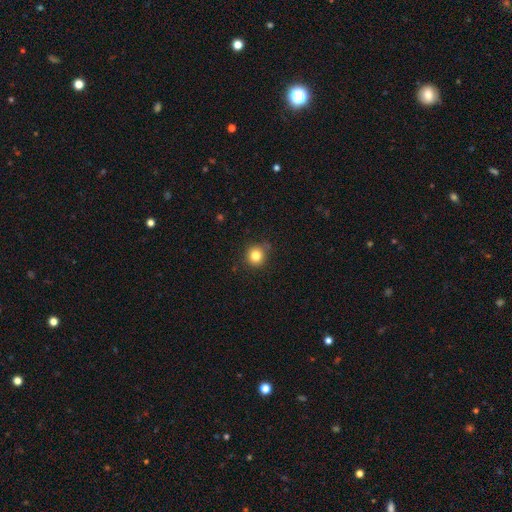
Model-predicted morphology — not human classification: Smooth or featured? Predicted: smooth (p=0.82). How rounded? Predicted: round (p=0.89). Merging? Predicted: none (p=0.81).